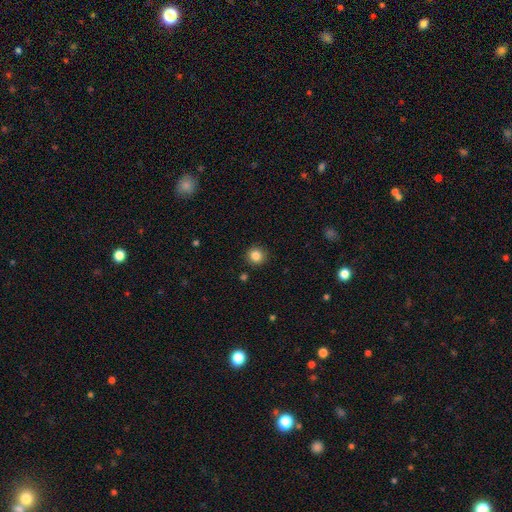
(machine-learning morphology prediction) A smooth galaxy with no disk features (85%) that is round (92%).

Vote fractions:
- Smooth or featured? smooth: 85% / star or artifact: 11% / featured or disk: 5%
- How rounded? round: 92% / in between: 7% / cigar-shaped: 1%
- Merging? none: 91% / minor disturbance: 6% / major disturbance: 2% / merger: 1%